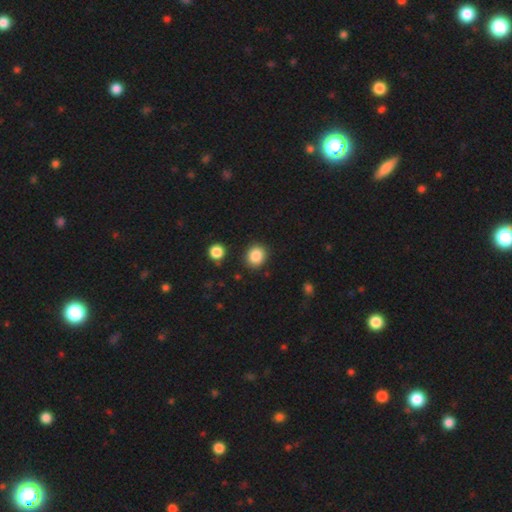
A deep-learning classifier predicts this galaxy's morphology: smooth_or_featured: smooth (p=0.86) [alt: star or artifact p=0.09]
how_rounded: round (p=0.74) [alt: in between p=0.25]
merging: none (p=0.87) [alt: minor disturbance p=0.08]